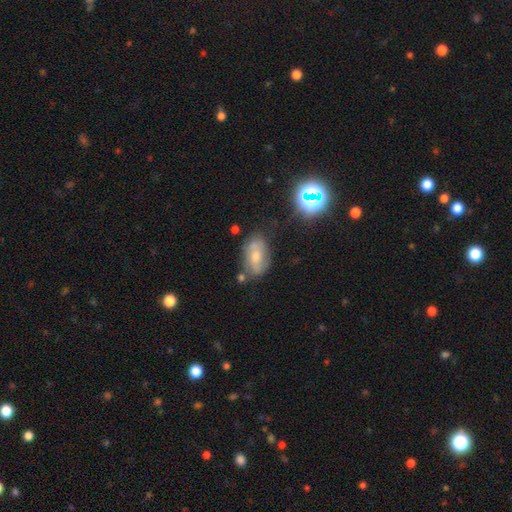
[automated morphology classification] Smooth or featured?
  - smooth: 47% *
  - featured or disk: 41%
  - star or artifact: 12%
Merging?
  - none: 61% *
  - minor disturbance: 23%
  - merger: 8%
  - major disturbance: 8%